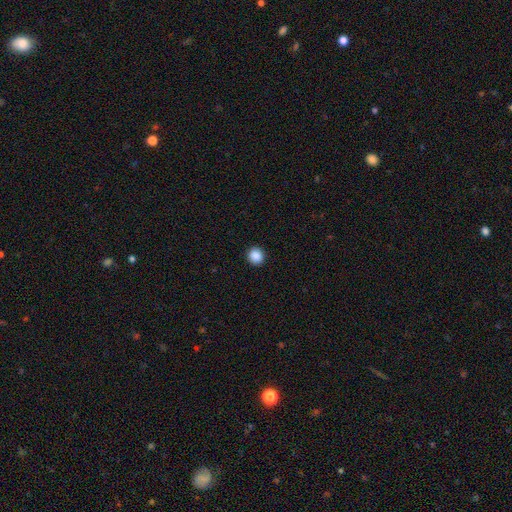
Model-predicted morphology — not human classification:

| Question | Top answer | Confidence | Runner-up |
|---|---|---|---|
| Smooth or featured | smooth | 89% | star or artifact (9%) |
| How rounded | round | 87% | in between (12%) |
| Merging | none | 92% | minor disturbance (5%) |